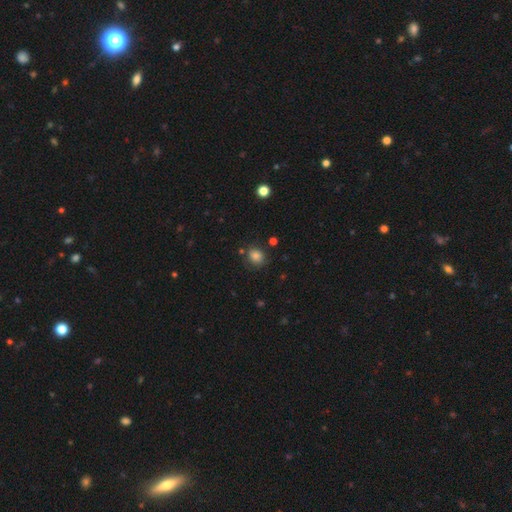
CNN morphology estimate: smooth_or_featured: smooth (p=0.80) [alt: star or artifact p=0.12]
how_rounded: round (p=0.64) [alt: in between p=0.35]
merging: none (p=0.76) [alt: minor disturbance p=0.15]